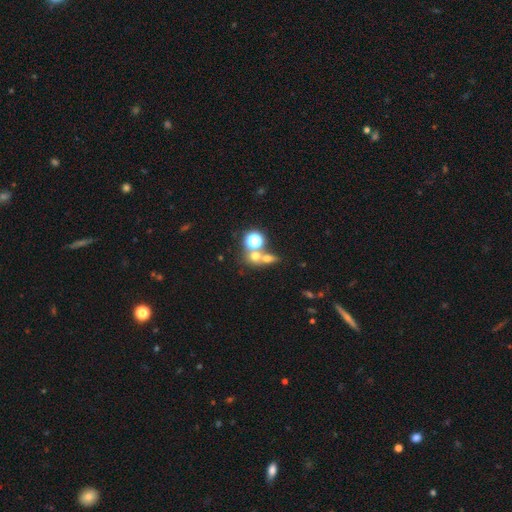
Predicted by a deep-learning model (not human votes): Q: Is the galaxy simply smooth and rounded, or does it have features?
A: smooth — 55%.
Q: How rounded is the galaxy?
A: round — 69%.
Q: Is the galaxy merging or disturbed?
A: none — 45%.